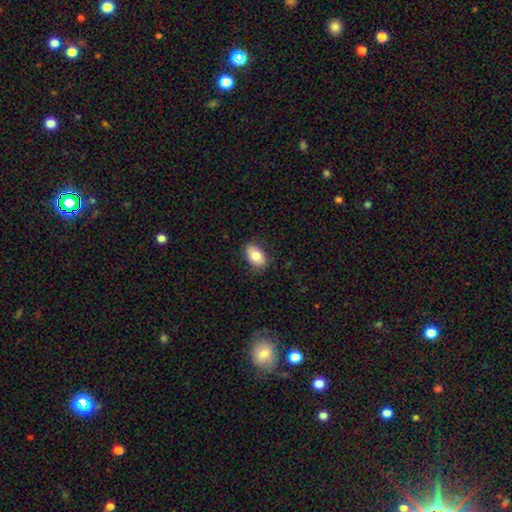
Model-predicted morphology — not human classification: This is clearly a smooth galaxy (81%). How rounded: clearly in between (89%). Merging: clearly none (85%).